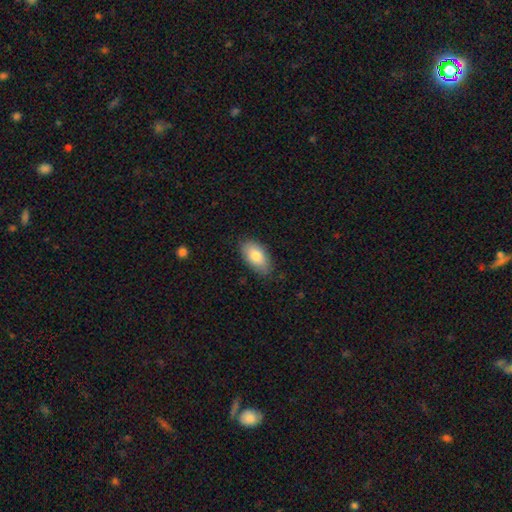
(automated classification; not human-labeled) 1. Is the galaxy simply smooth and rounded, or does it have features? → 82% smooth, 12% featured or disk, 6% star or artifact.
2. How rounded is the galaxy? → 93% in between, 3% round, 3% cigar-shaped.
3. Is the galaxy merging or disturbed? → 82% none, 15% minor disturbance, 3% major disturbance, 1% merger.